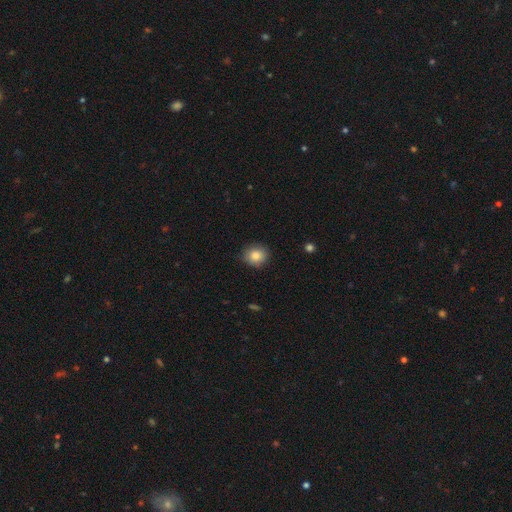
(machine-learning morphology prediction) Smooth or featured: smooth — 85% (star or artifact — 9%)
How rounded: round — 76% (in between — 23%)
Merging: none — 86% (minor disturbance — 11%)